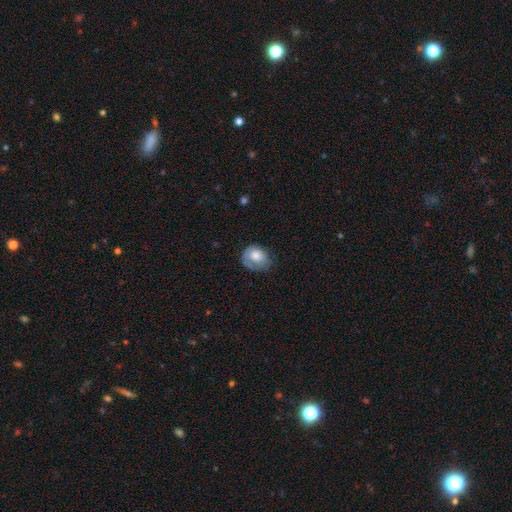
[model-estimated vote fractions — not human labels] Morphology: type=smooth (68%); roundness=round (53%); merging=none (46%).